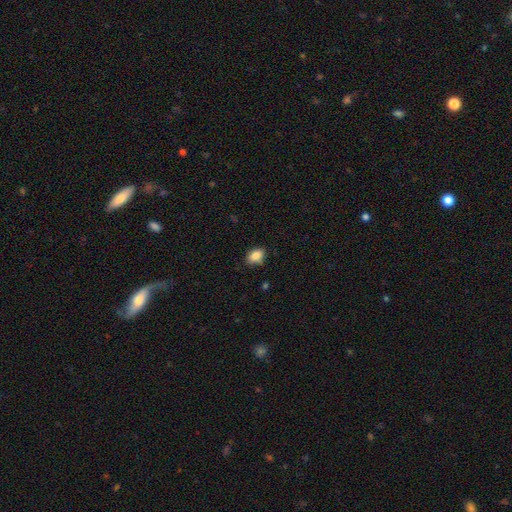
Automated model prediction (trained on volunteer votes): smooth 84%, star or artifact 9%, featured or disk 7%. Down the decision tree: how rounded — in between (77%); merging — none (78%).